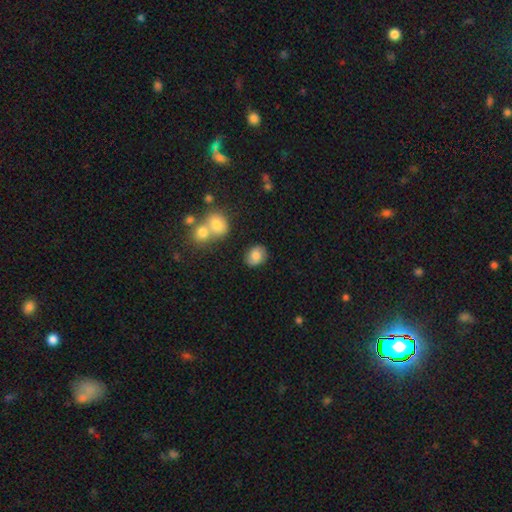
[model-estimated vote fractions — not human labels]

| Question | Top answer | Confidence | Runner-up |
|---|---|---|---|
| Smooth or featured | smooth | 76% | featured or disk (16%) |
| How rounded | in between | 57% | round (42%) |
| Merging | none | 81% | minor disturbance (12%) |